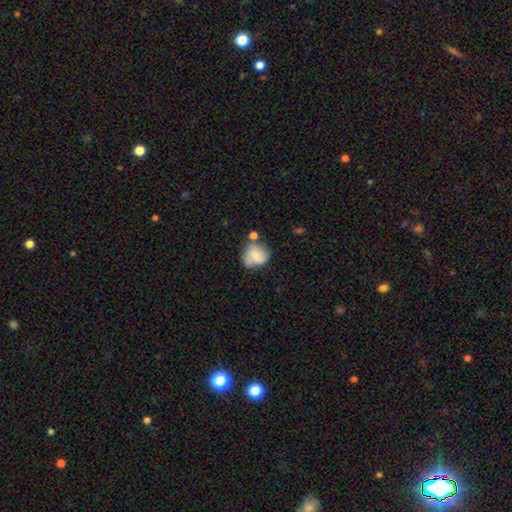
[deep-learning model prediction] Smooth or featured?
  - smooth: 57% *
  - featured or disk: 35%
  - star or artifact: 8%
How rounded?
  - round: 75% *
  - in between: 24%
  - cigar-shaped: 1%
Merging?
  - none: 53% *
  - minor disturbance: 24%
  - merger: 15%
  - major disturbance: 8%